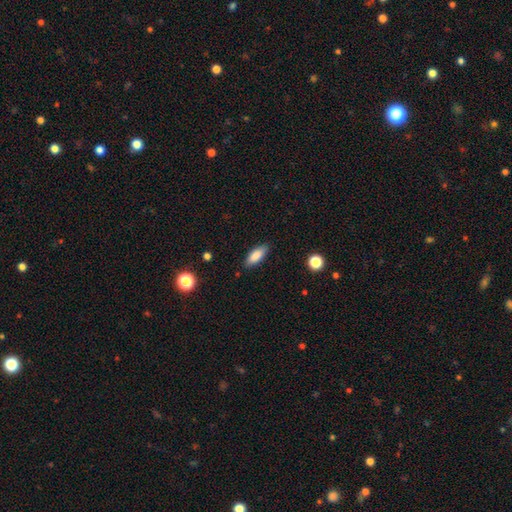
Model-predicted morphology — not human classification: Overall: smooth (84%). How rounded: in between (73%). Merging: none (85%).